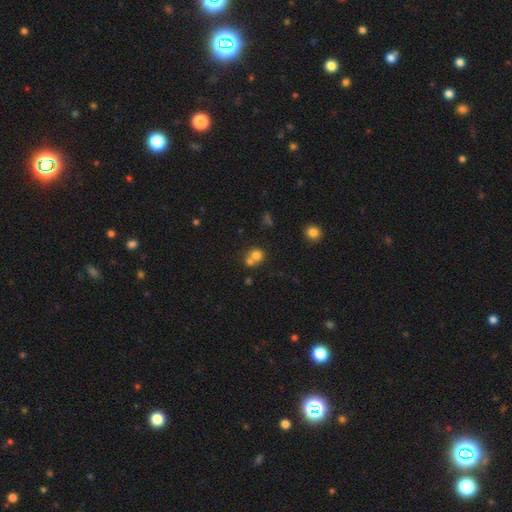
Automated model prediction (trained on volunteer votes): smooth_or_featured: smooth (p=0.74) [alt: featured or disk p=0.13]
how_rounded: round (p=0.81) [alt: in between p=0.18]
merging: merger (p=0.51) [alt: none p=0.40]